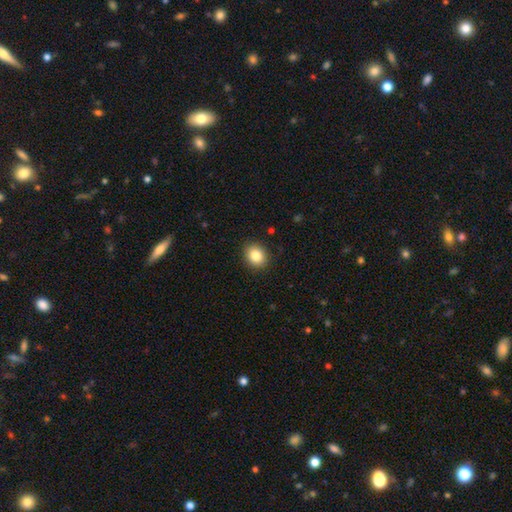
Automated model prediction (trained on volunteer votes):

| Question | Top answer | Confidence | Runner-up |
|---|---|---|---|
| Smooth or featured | smooth | 84% | star or artifact (9%) |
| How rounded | round | 69% | in between (30%) |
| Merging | none | 90% | minor disturbance (7%) |